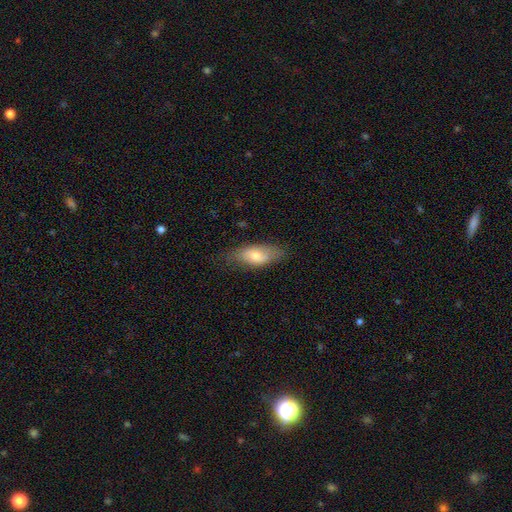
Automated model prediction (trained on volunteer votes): A smooth galaxy with no disk features (67%) that is in between round and cigar-shaped (80%).

Vote fractions:
- Smooth or featured? smooth: 67% / featured or disk: 26% / star or artifact: 7%
- How rounded? in between: 80% / cigar-shaped: 16% / round: 3%
- Merging? none: 73% / minor disturbance: 20% / major disturbance: 5% / merger: 1%